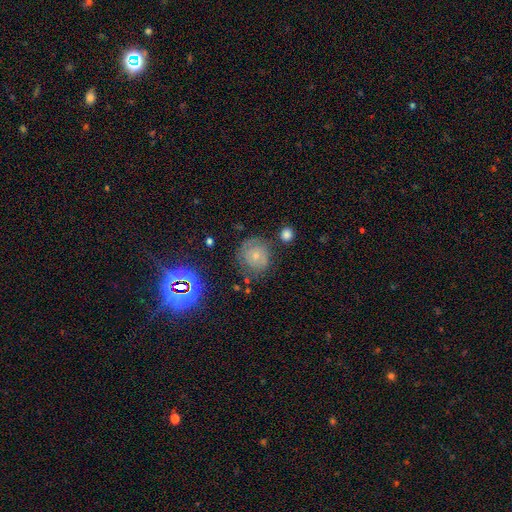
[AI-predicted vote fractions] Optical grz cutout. It shows a smooth galaxy with no disk features (48%). Merging: none (67%).